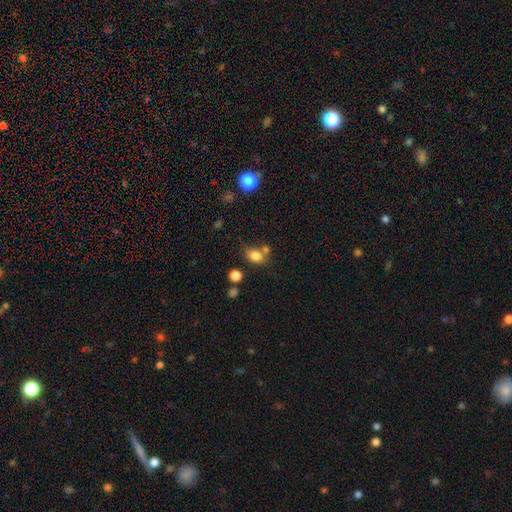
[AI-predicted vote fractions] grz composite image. It shows a smooth galaxy with no disk features (81%) that is in between round and cigar-shaped (65%). Merging: none (57%).